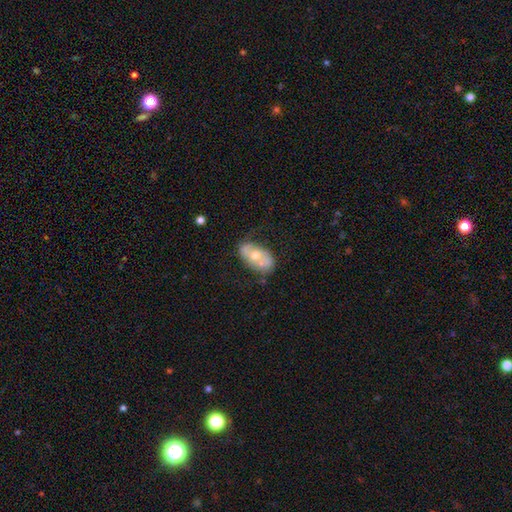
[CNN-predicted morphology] smooth_or_featured: featured or disk (p=0.55) [alt: smooth p=0.37]
disk_edge_on: no (p=0.91) [alt: yes p=0.09]
bar: no (p=0.70) [alt: weak p=0.20]
has_spiral_arms: yes (p=0.51) [alt: no p=0.49]
bulge_size: moderate (p=0.66) [alt: small p=0.28]
merging: none (p=0.65) [alt: minor disturbance p=0.22]